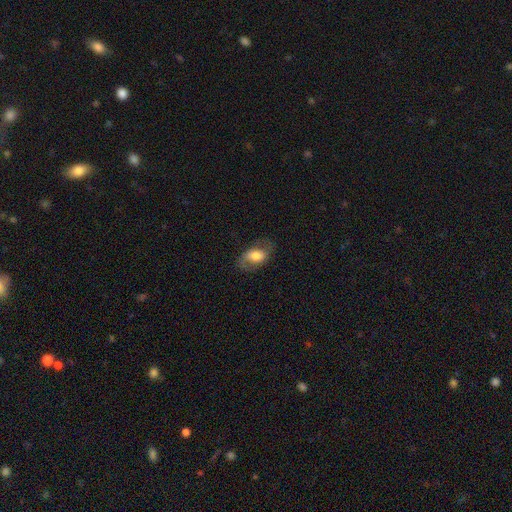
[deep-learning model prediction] Smooth or featured? featured or disk (47%)
Merging? none (70%)